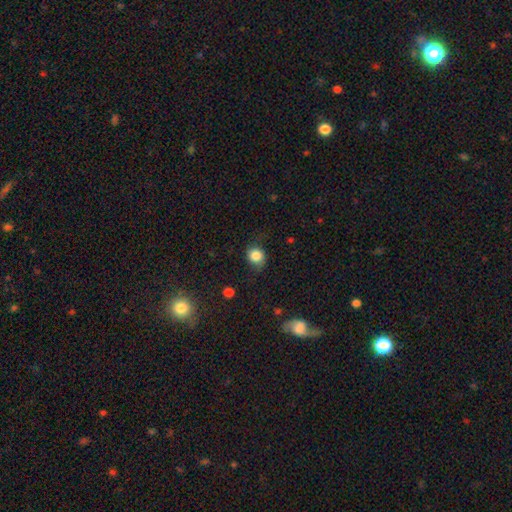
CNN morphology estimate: smooth 83%, star or artifact 10%, featured or disk 7%. Down the decision tree: how rounded — round (76%); merging — none (72%).